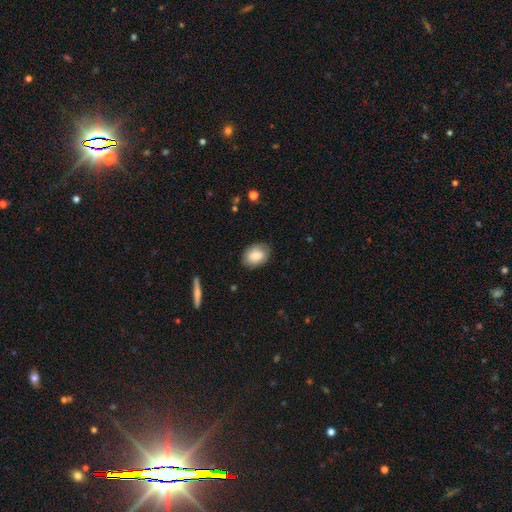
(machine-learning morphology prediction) Smooth or featured? Predicted: smooth (p=0.83). How rounded? Predicted: in between (p=0.75). Merging? Predicted: none (p=0.79).